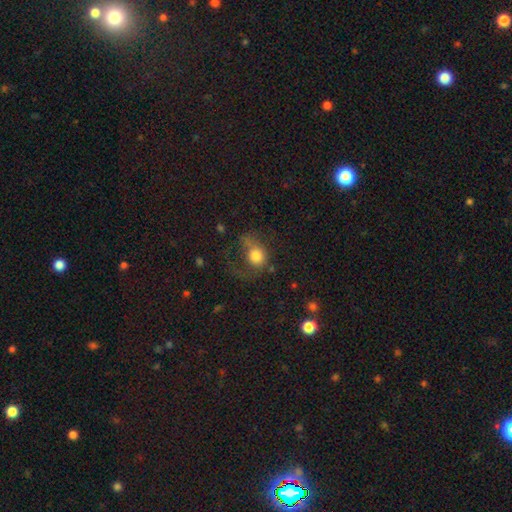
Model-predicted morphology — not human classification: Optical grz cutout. It shows a smooth galaxy with no disk features (72%) that is round (63%). Merging: major disturbance (44%).